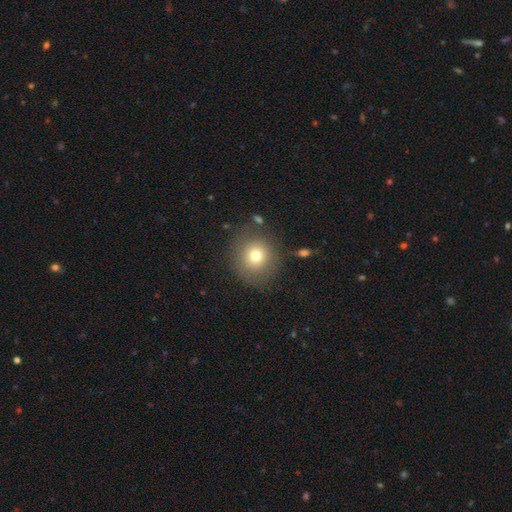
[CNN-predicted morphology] The model was most divided on "smooth or featured": smooth: 75%, featured or disk: 14%, star or artifact: 12%. More confident: how rounded — round (89%); merging — none (81%).